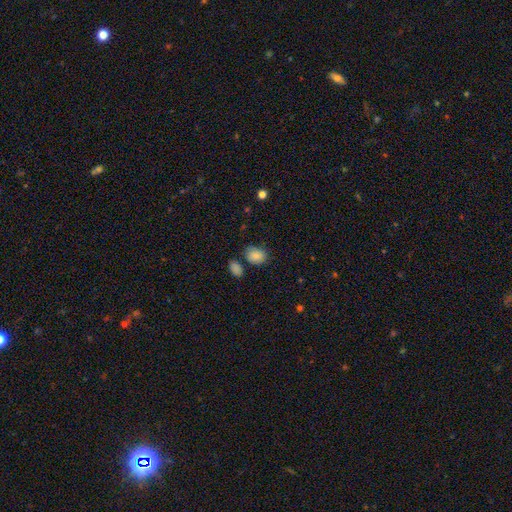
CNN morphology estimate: Smooth or featured? Predicted: smooth (p=0.83). How rounded? Predicted: in between (p=0.61). Merging? Predicted: none (p=0.70).